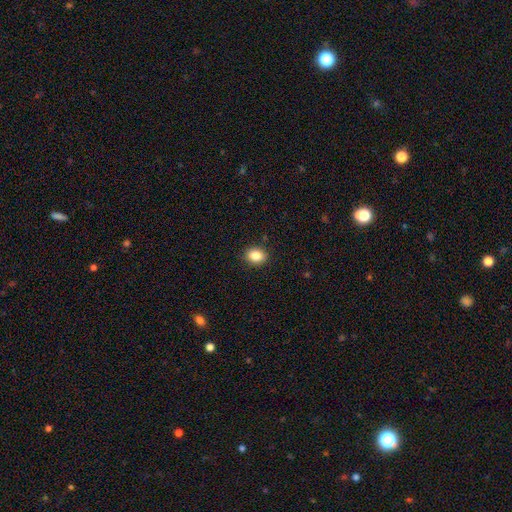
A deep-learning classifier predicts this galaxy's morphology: A smooth galaxy with no disk features (85%) that is in between round and cigar-shaped (53%). Merging: none (90%).